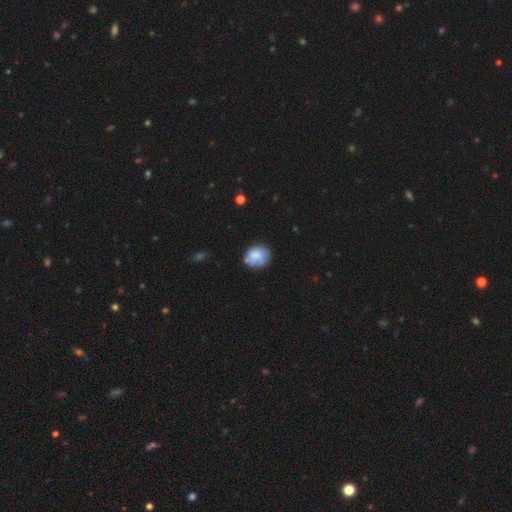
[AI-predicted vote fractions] This appears to be a smooth galaxy with no disk features (73%) that is round (69%). Merging: none (61%).